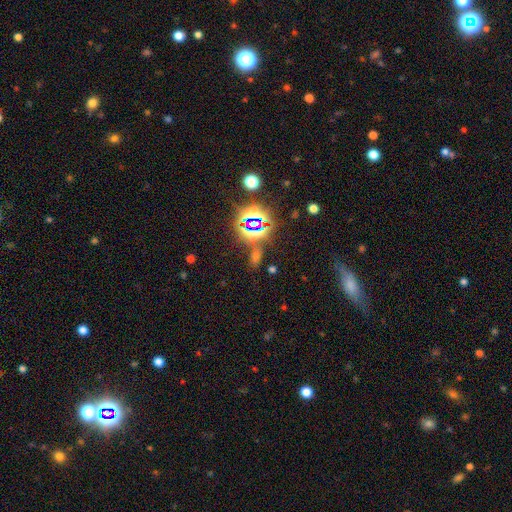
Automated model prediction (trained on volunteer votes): Q: Smooth or featured?
A: star or artifact (63%); runner-up: smooth (28%)